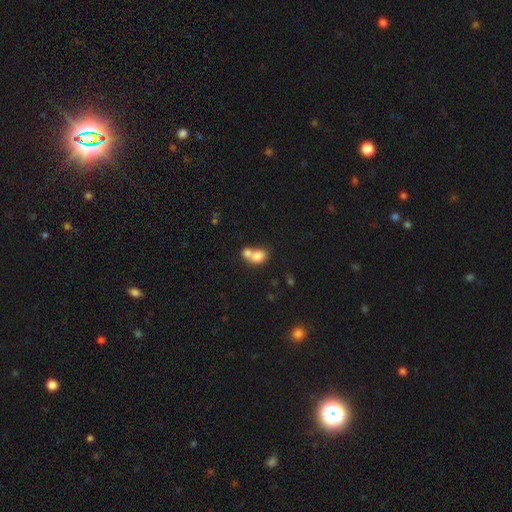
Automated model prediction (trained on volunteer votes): Q: Smooth or featured?
A: smooth (77%); runner-up: featured or disk (14%)
Q: How rounded?
A: in between (55%); runner-up: round (44%)
Q: Merging?
A: merger (68%); runner-up: none (22%)